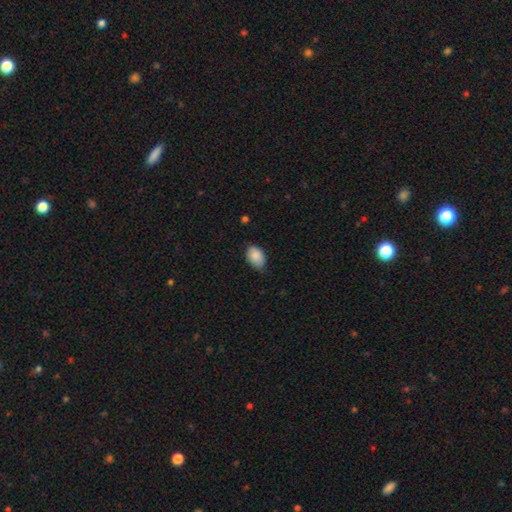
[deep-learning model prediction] smooth_or_featured: smooth (p=0.87) [alt: star or artifact p=0.07]
how_rounded: in between (p=0.87) [alt: round p=0.12]
merging: none (p=0.68) [alt: minor disturbance p=0.28]